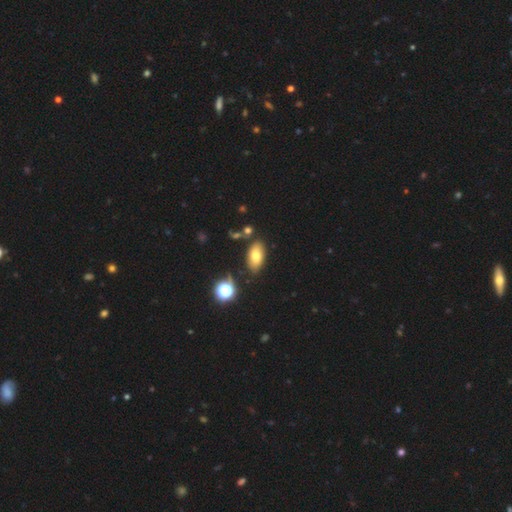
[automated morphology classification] A smooth galaxy with no disk features (73%) that is in between round and cigar-shaped (91%). Merging: none (79%).